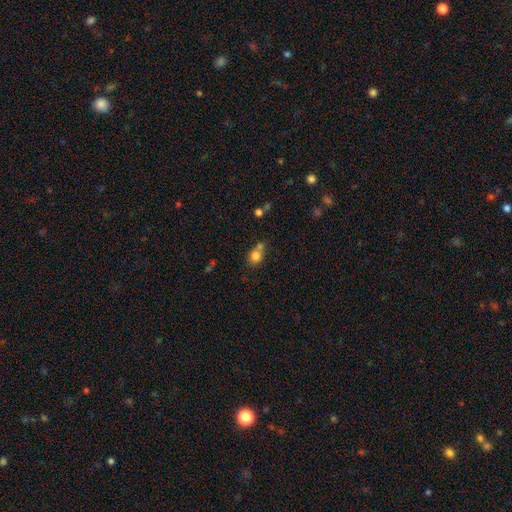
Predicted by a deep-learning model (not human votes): smooth-or-featured: smooth: 79% | star or artifact: 11% | featured or disk: 9%
  how-rounded: round: 72% | in between: 27% | cigar-shaped: 1%
  merging: none: 44% | merger: 40% | minor disturbance: 11% | major disturbance: 4%